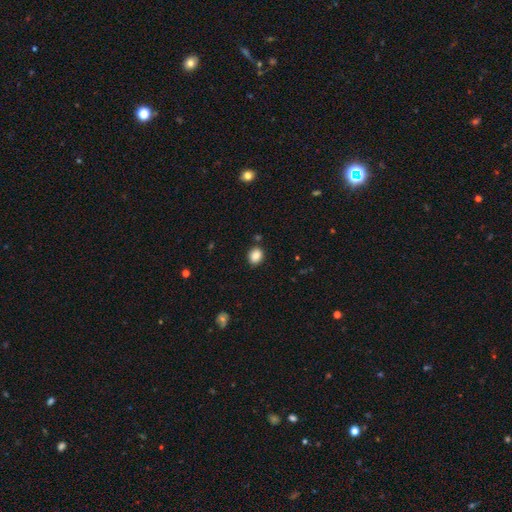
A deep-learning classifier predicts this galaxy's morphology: Smooth or featured? smooth (86%)
How rounded? round (51%)
Merging? none (84%)